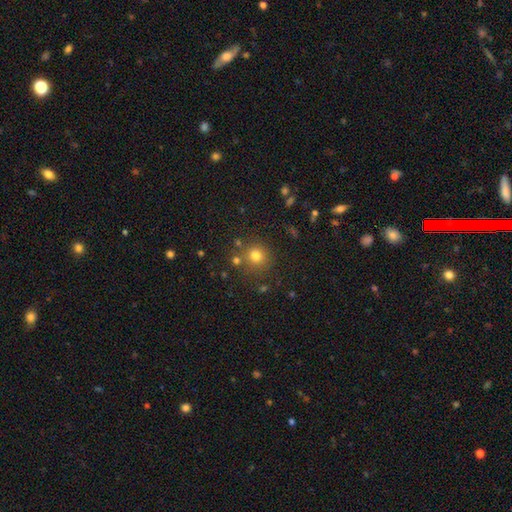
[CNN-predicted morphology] This appears to be a smooth galaxy with no disk features (75%) that is round (91%). Merging: none (79%).